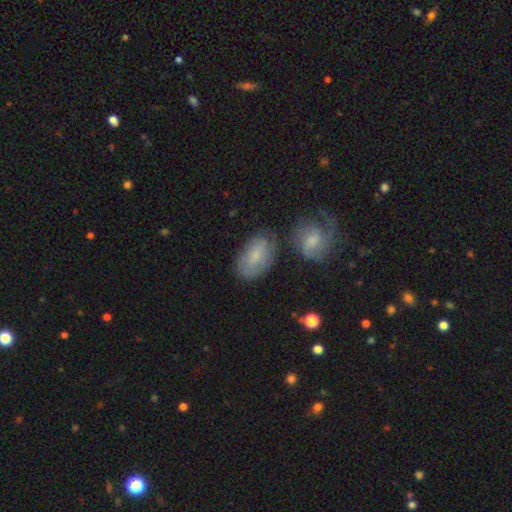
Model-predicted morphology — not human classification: The model was most divided on "smooth or featured": smooth: 58%, featured or disk: 34%, star or artifact: 8%. More confident: how rounded — in between (89%); merging — none (58%).